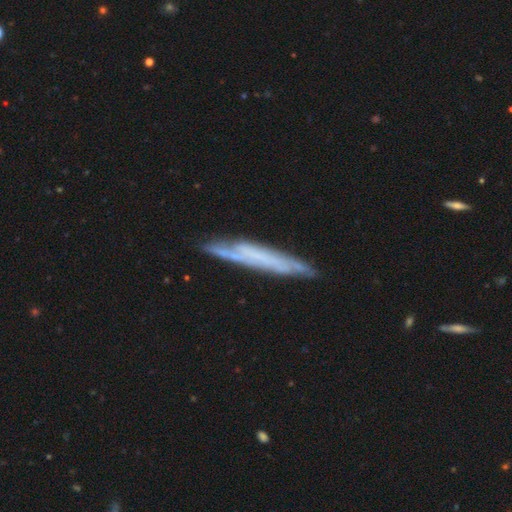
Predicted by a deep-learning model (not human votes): The model was most divided on "smooth or featured": featured or disk: 59%, smooth: 33%, star or artifact: 7%. More confident: edge-on disk — yes (81%); merging — none (78%).